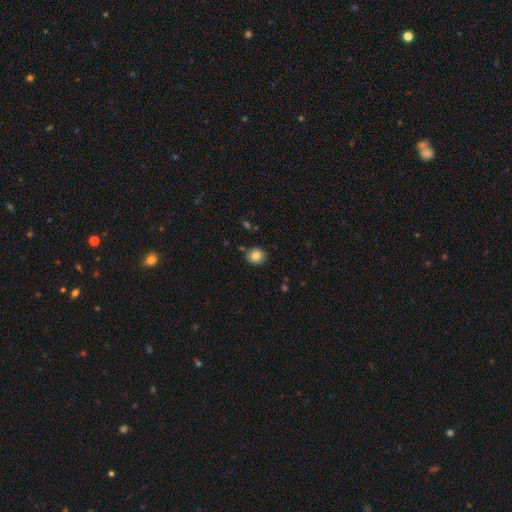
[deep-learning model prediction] This appears to be a smooth galaxy with no disk features (83%) that is round (81%). Merging: none (83%).